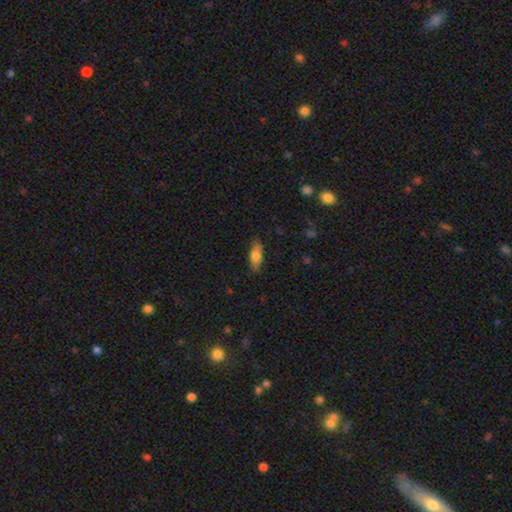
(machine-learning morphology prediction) Overall: smooth (72%). How rounded: in between (66%; cigar-shaped 31%). Merging: none (84%).